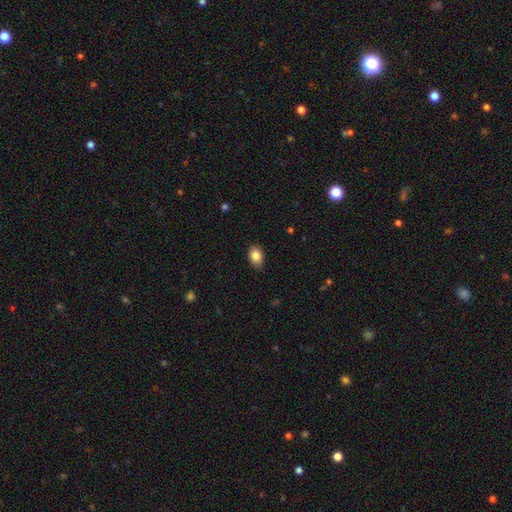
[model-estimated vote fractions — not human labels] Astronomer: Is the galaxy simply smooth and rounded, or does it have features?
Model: smooth — 86%.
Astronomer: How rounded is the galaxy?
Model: in between — 79%.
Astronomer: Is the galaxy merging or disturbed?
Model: none — 83%.